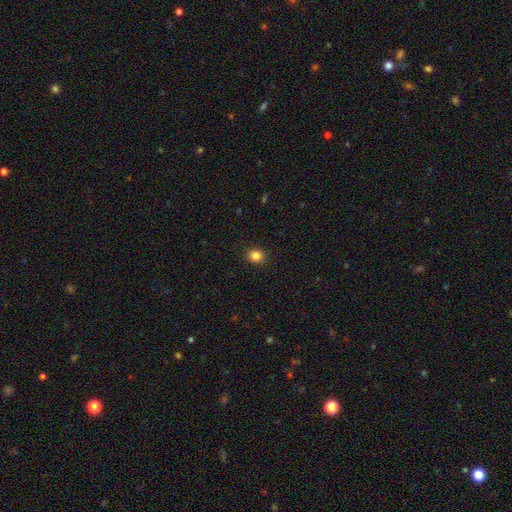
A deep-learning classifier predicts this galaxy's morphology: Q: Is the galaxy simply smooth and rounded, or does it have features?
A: smooth — 85%.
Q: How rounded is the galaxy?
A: round — 70%.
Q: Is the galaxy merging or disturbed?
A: none — 91%.